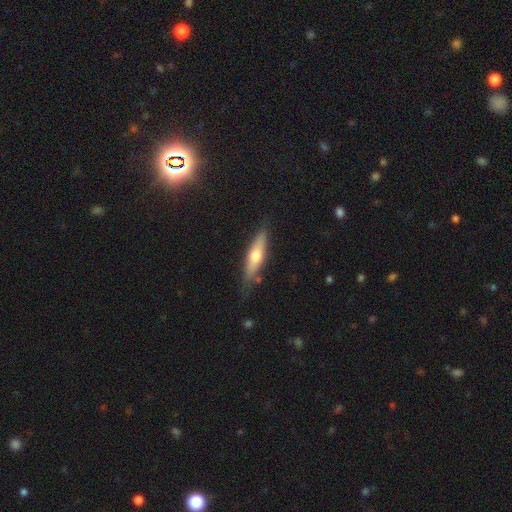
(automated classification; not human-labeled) Smooth or featured: smooth — 55% (featured or disk — 39%)
How rounded: cigar-shaped — 67% (in between — 31%)
Merging: none — 78% (minor disturbance — 16%)